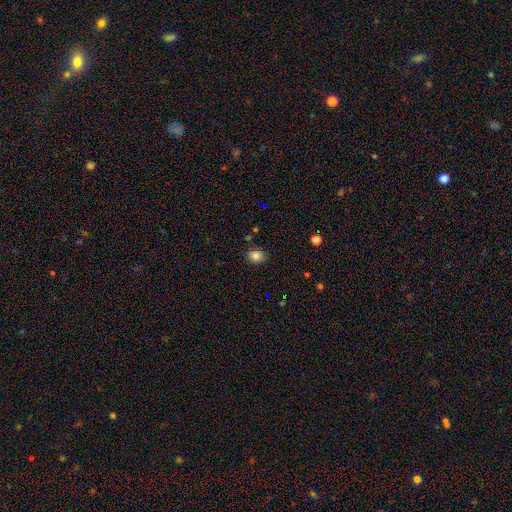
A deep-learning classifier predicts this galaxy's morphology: A smooth galaxy with no disk features (82%) that is round (60%). Merging: none (83%).